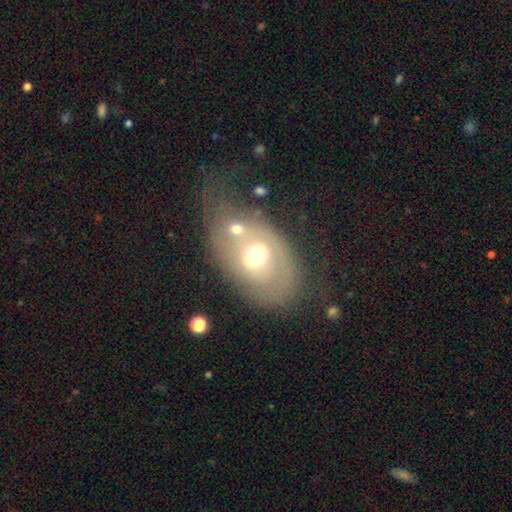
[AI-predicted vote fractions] smooth_or_featured: featured or disk (p=0.49) [alt: smooth p=0.41]
merging: none (p=0.38) [alt: merger p=0.22]